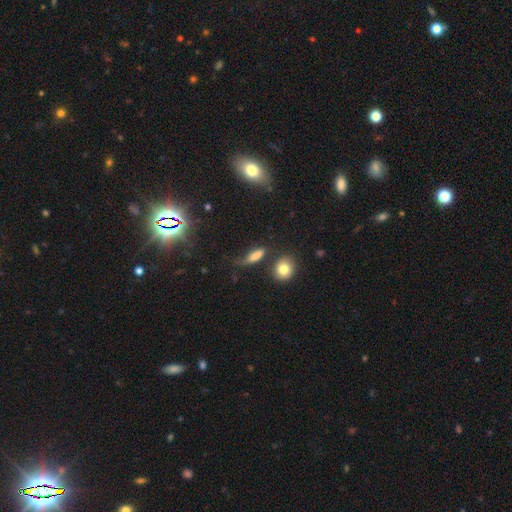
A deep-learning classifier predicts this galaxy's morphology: Smooth or featured?
  - smooth: 73% *
  - featured or disk: 14%
  - star or artifact: 13%
How rounded?
  - in between: 48% *
  - cigar-shaped: 43%
  - round: 9%
Merging?
  - none: 50% *
  - minor disturbance: 27%
  - major disturbance: 15%
  - merger: 8%